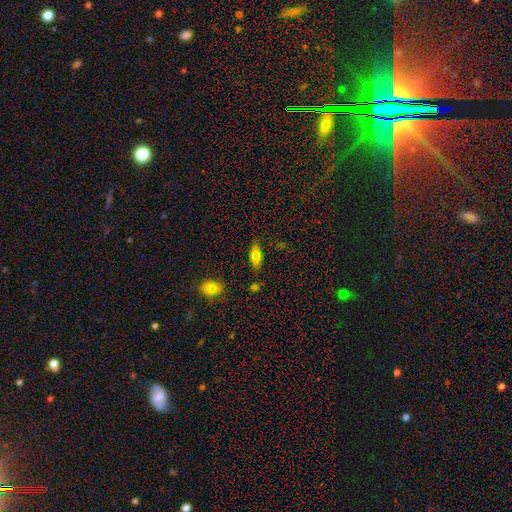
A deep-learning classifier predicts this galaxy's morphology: smooth 70%, featured or disk 22%, star or artifact 8%. Down the decision tree: how rounded — in between (72%); merging — none (82%).